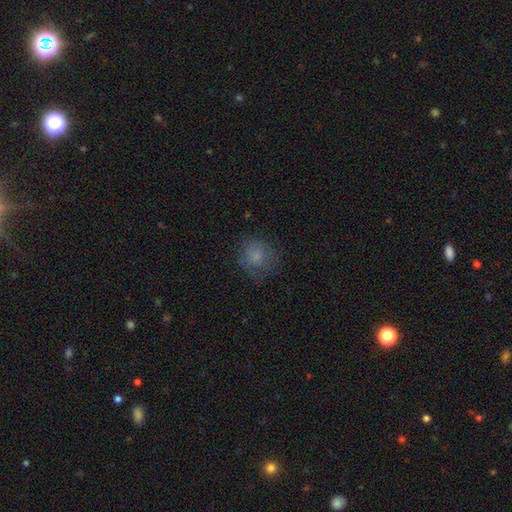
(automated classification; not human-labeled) This is likely a smooth galaxy (77%). How rounded: likely round (80%). Merging: likely none (66%).